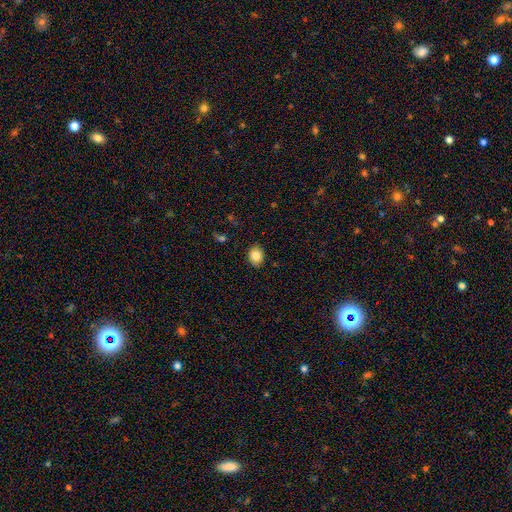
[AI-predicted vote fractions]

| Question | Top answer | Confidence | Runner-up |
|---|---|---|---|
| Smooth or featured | smooth | 84% | star or artifact (9%) |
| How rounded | in between | 51% | round (48%) |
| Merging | none | 89% | minor disturbance (8%) |